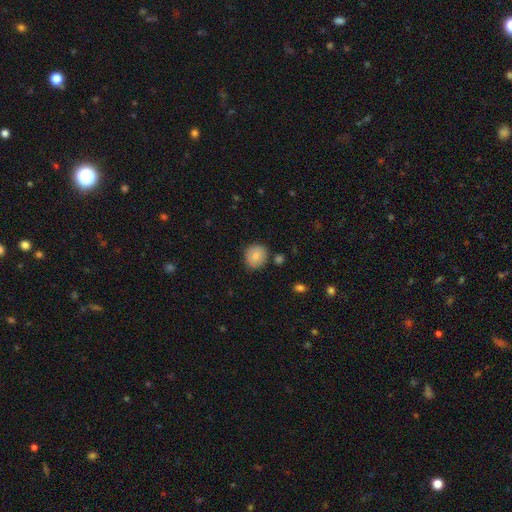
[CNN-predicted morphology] A smooth galaxy with no disk features (83%) that is round (78%). Merging: none (78%).